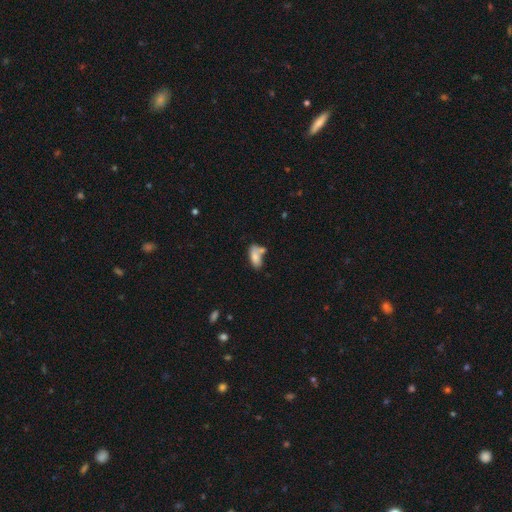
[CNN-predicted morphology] smooth 78%, featured or disk 14%, star or artifact 8%. Down the decision tree: how rounded — in between (86%); merging — none (40%).